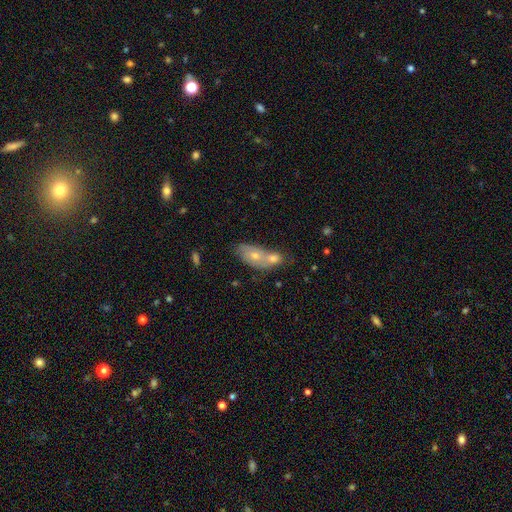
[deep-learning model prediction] smooth 46%, featured or disk 41%, star or artifact 13%. Down the decision tree: merging — merger (54%).